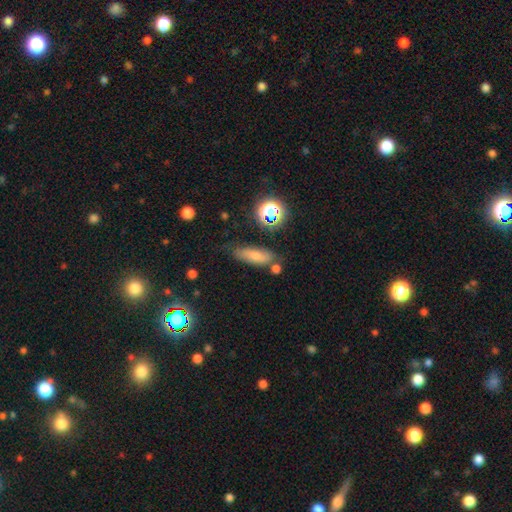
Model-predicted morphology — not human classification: Overall: smooth (69%). How rounded: in between (57%; cigar-shaped 36%). Merging: none (64%).